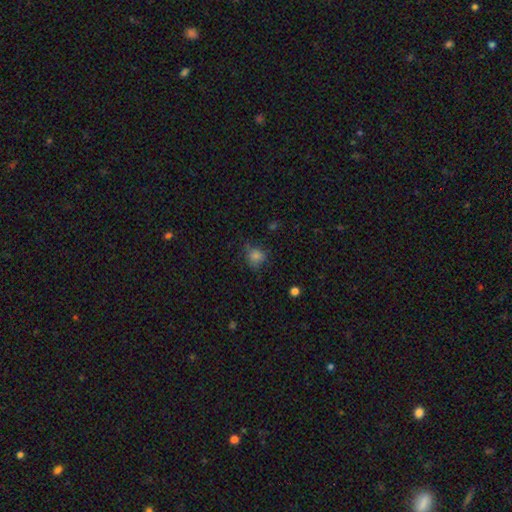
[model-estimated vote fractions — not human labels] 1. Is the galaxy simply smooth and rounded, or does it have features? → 78% smooth, 15% star or artifact, 7% featured or disk.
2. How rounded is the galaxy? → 77% round, 22% in between, 1% cigar-shaped.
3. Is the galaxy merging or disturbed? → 66% none, 23% minor disturbance, 9% major disturbance, 2% merger.